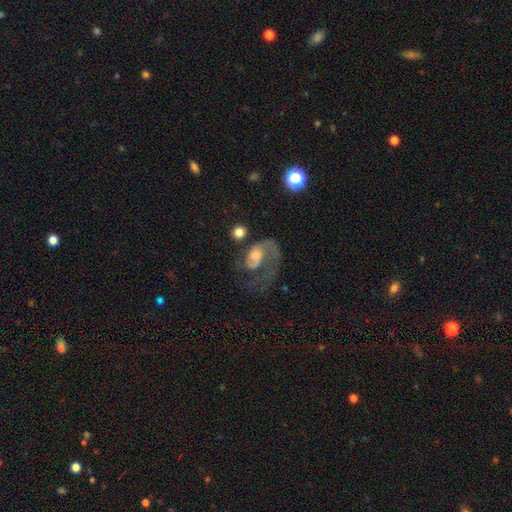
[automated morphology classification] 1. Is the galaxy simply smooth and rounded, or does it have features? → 72% featured or disk, 20% smooth, 8% star or artifact.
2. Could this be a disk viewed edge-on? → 97% no, 3% yes.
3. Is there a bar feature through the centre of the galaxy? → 69% no, 26% weak, 5% strong.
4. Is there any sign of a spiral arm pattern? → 84% yes, 16% no.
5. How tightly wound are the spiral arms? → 40% medium, 35% loose, 26% tight.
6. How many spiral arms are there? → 77% 1, 12% 2, 7% can't tell, 2% 3, 1% 4, 1% more than 4.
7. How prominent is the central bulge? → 50% moderate, 32% small, 10% large, 6% none, 2% dominant.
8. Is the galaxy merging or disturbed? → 49% major disturbance, 31% none, 14% minor disturbance, 6% merger.